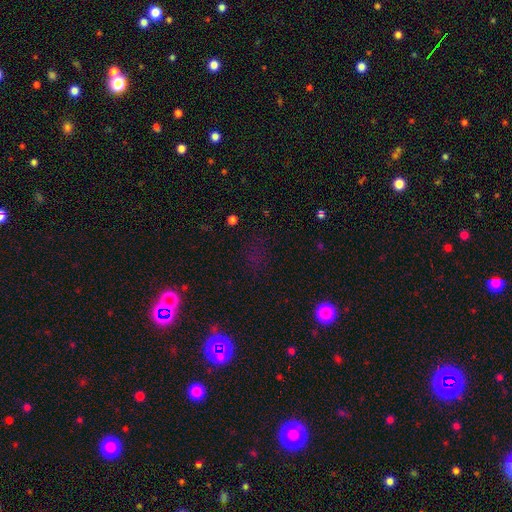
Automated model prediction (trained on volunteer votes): Smooth or featured? Predicted: star or artifact (p=0.55).